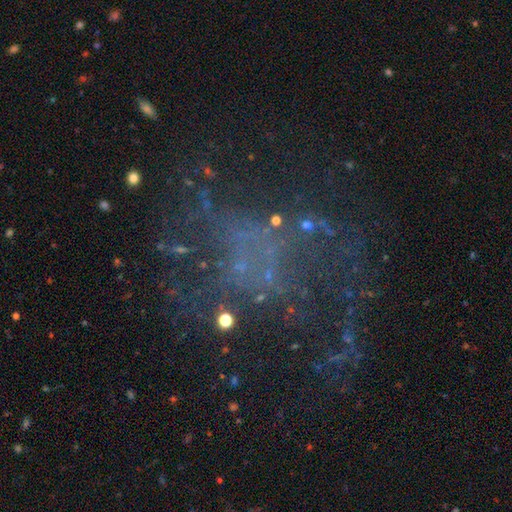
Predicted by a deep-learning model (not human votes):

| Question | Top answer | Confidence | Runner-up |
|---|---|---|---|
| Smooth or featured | featured or disk | 57% | star or artifact (30%) |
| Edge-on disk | no | 97% | yes (3%) |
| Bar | no | 83% | weak (13%) |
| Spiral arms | no | 60% | yes (40%) |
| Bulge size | none | 76% | small (15%) |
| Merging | none | 49% | major disturbance (33%) |